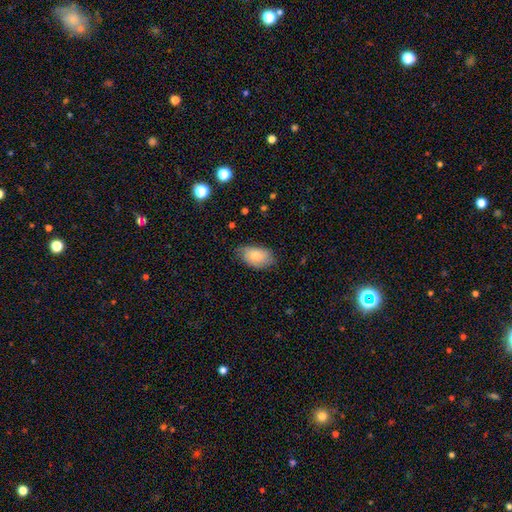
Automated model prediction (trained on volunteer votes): Smooth or featured: smooth — 76% (featured or disk — 17%)
How rounded: in between — 92% (round — 7%)
Merging: none — 69% (minor disturbance — 25%)